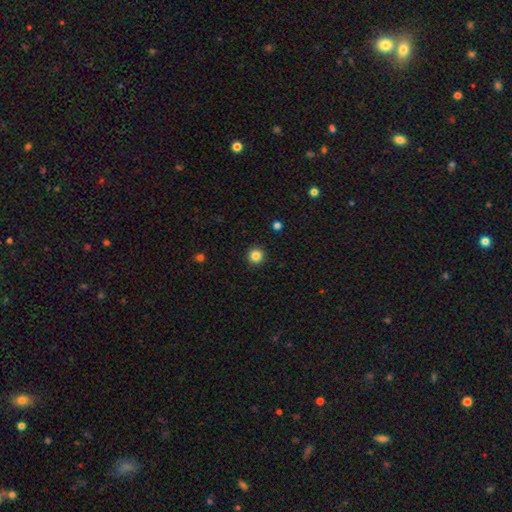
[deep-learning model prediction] smooth-or-featured: smooth: 85% | star or artifact: 11% | featured or disk: 4%
  how-rounded: round: 96% | in between: 3% | cigar-shaped: 1%
  merging: none: 93% | minor disturbance: 4% | major disturbance: 2% | merger: 1%